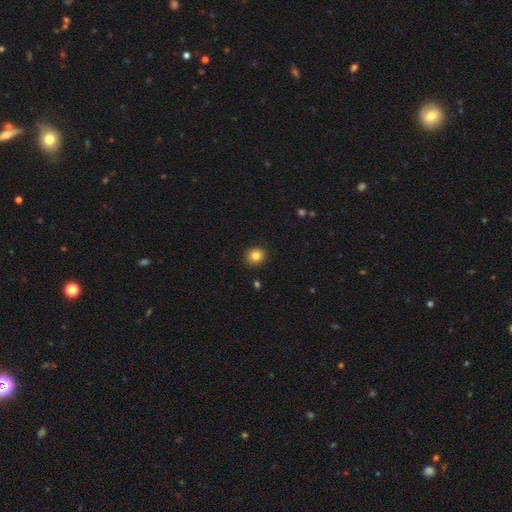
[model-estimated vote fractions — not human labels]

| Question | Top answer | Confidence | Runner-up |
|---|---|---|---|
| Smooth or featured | smooth | 83% | star or artifact (11%) |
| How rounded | round | 87% | in between (12%) |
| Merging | none | 91% | minor disturbance (7%) |